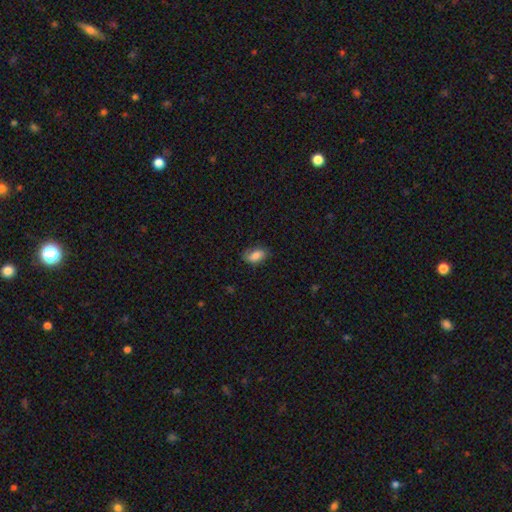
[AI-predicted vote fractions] Smooth or featured?
  - smooth: 77% *
  - featured or disk: 15%
  - star or artifact: 8%
How rounded?
  - in between: 91% *
  - round: 6%
  - cigar-shaped: 4%
Merging?
  - none: 75% *
  - minor disturbance: 19%
  - major disturbance: 4%
  - merger: 1%